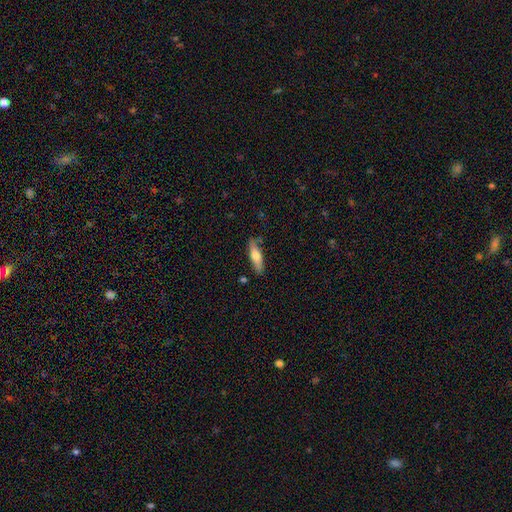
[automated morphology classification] Smooth or featured? smooth (69%)
How rounded? cigar-shaped (60%)
Merging? none (78%)